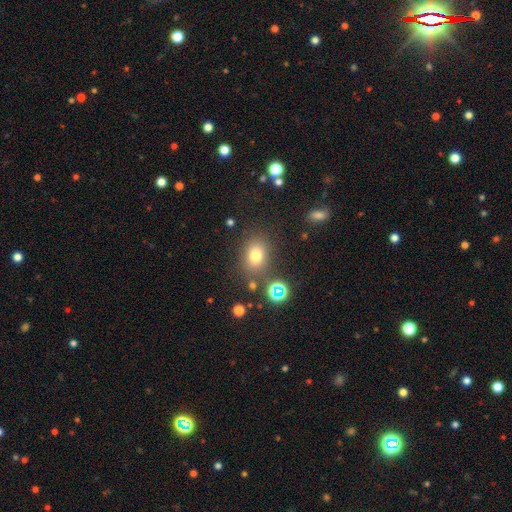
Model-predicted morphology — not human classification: type=smooth (73%); roundness=in between (56%); merging=none (77%).